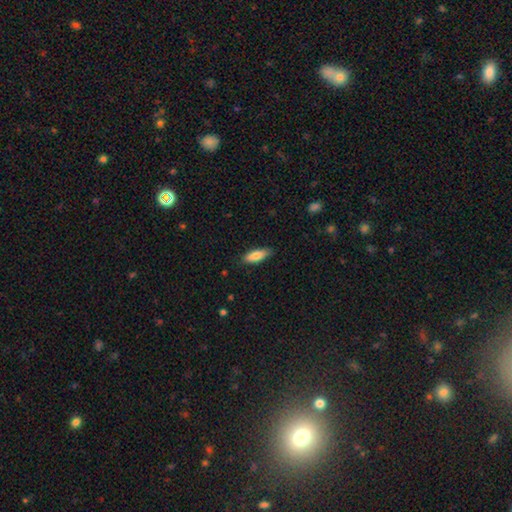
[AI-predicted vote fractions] Smooth or featured: smooth — 83% (featured or disk — 11%)
How rounded: in between — 59% (cigar-shaped — 39%)
Merging: none — 84% (minor disturbance — 13%)